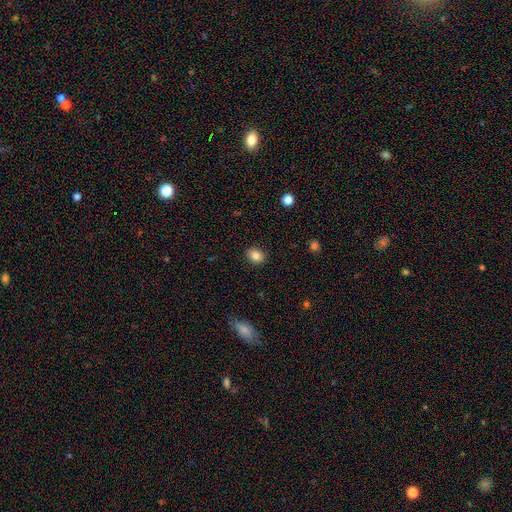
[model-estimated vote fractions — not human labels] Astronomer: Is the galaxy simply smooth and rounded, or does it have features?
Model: smooth — 83%.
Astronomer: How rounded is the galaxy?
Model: round — 51% (runner-up: in between, 48%).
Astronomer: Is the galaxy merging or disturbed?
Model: none — 90%.